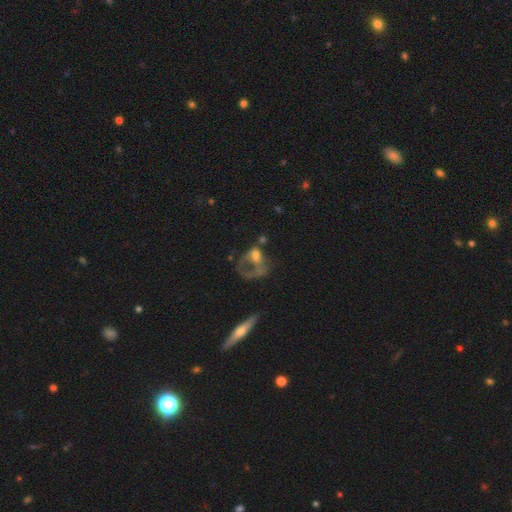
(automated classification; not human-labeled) Overall: featured or disk (50%; smooth 36%). Edge-on disk: no (94%). Merging: major disturbance (51%; none 21%).